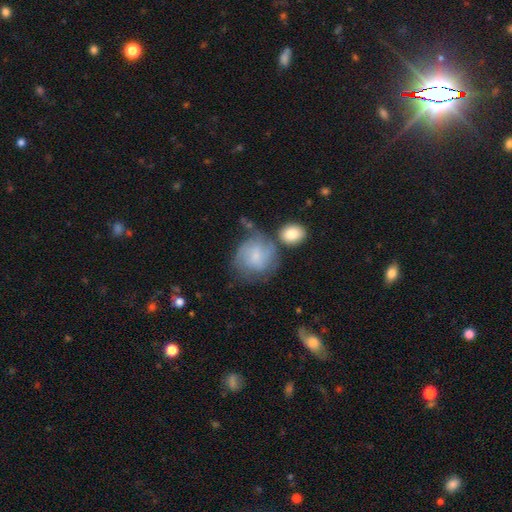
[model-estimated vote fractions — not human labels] Overall: smooth (48%; featured or disk 45%). Merging: none (49%; minor disturbance 23%).